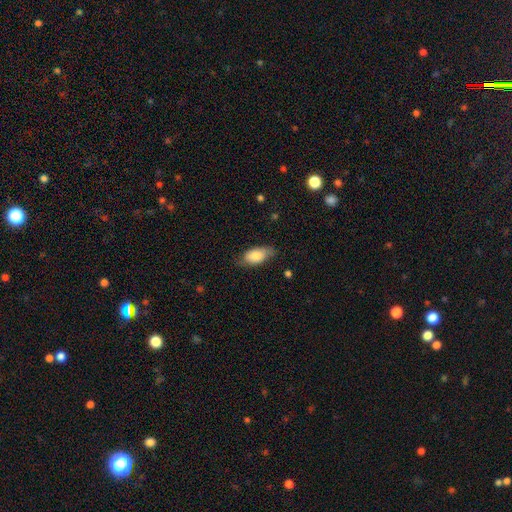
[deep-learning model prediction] Smooth or featured? smooth (80%)
How rounded? in between (90%)
Merging? none (65%)